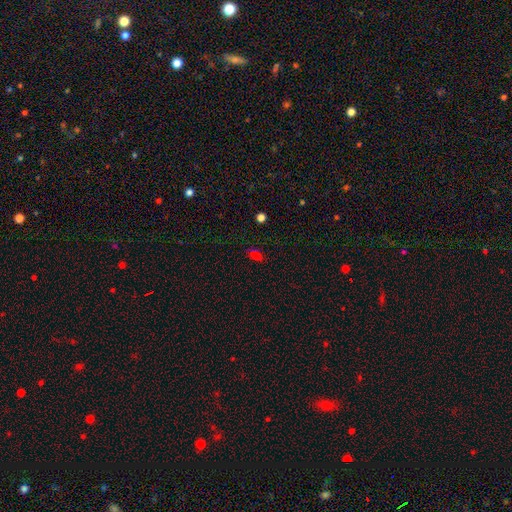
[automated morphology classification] smooth_or_featured: smooth (p=0.62) [alt: star or artifact p=0.30]
how_rounded: in between (p=0.81) [alt: round p=0.14]
merging: none (p=0.75) [alt: minor disturbance p=0.17]